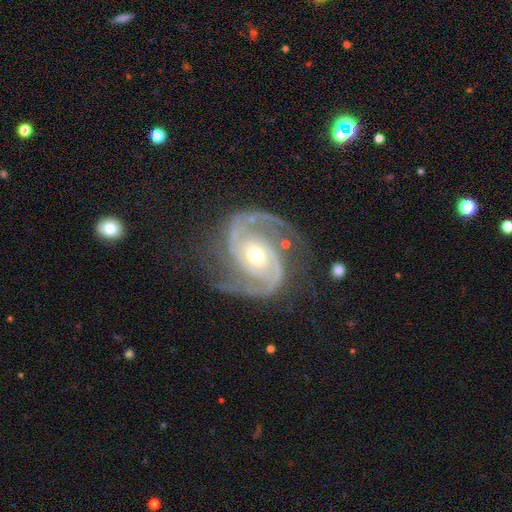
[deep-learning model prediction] Q: Smooth or featured?
A: featured or disk (93%); runner-up: star or artifact (4%)
Q: Edge-on disk?
A: no (98%); runner-up: yes (2%)
Q: Bar?
A: no (61%); runner-up: weak (27%)
Q: Spiral arms?
A: yes (99%); runner-up: no (1%)
Q: Spiral winding?
A: medium (53%); runner-up: tight (38%)
Q: Spiral arm count?
A: 2 (89%); runner-up: 3 (4%)
Q: Bulge size?
A: moderate (57%); runner-up: small (39%)
Q: Merging?
A: none (76%); runner-up: minor disturbance (16%)